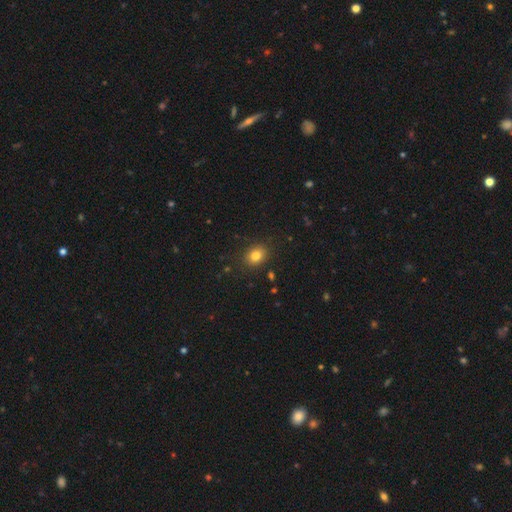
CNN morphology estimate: Smooth or featured?
  - smooth: 82% *
  - star or artifact: 11%
  - featured or disk: 7%
How rounded?
  - in between: 55% *
  - round: 44%
  - cigar-shaped: 1%
Merging?
  - none: 87% *
  - minor disturbance: 9%
  - major disturbance: 3%
  - merger: 1%